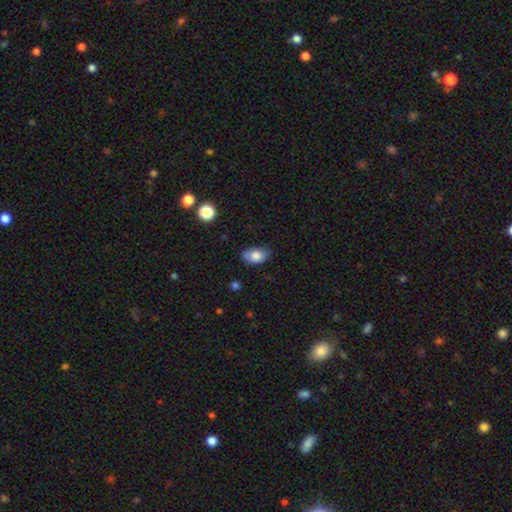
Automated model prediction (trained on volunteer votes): A smooth galaxy with no disk features (83%) that is in between round and cigar-shaped (90%). Merging: none (72%).